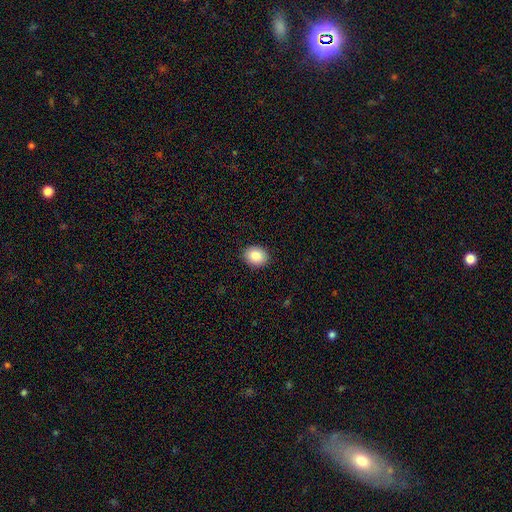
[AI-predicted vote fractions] Q: Smooth or featured?
A: smooth (87%); runner-up: star or artifact (8%)
Q: How rounded?
A: round (50%); runner-up: in between (49%)
Q: Merging?
A: none (90%); runner-up: minor disturbance (7%)